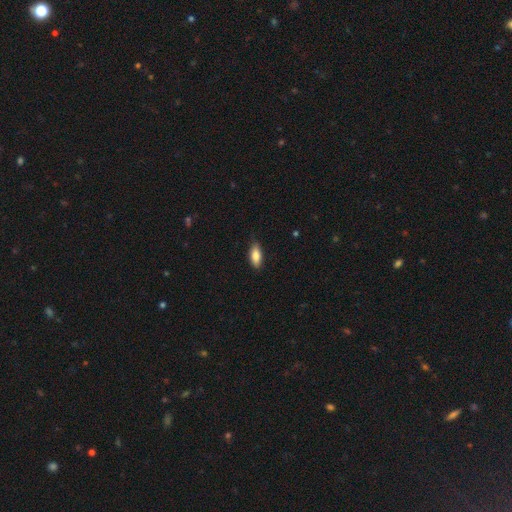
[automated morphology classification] This is clearly a smooth galaxy (84%). How rounded: clearly in between (83%). Merging: clearly none (82%).